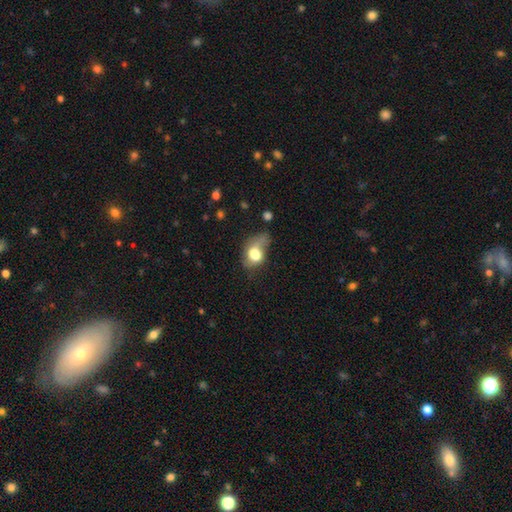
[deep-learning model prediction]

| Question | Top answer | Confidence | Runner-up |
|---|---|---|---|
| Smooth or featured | smooth | 69% | featured or disk (21%) |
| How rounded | in between | 74% | round (25%) |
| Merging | major disturbance | 37% | minor disturbance (28%) |